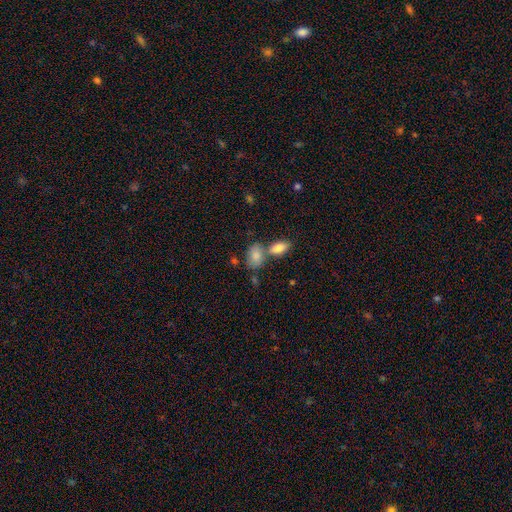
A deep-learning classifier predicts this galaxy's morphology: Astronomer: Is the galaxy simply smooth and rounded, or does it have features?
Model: smooth — 83%.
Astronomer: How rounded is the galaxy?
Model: in between — 87%.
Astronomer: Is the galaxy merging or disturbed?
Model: none — 45% (runner-up: merger, 38%).